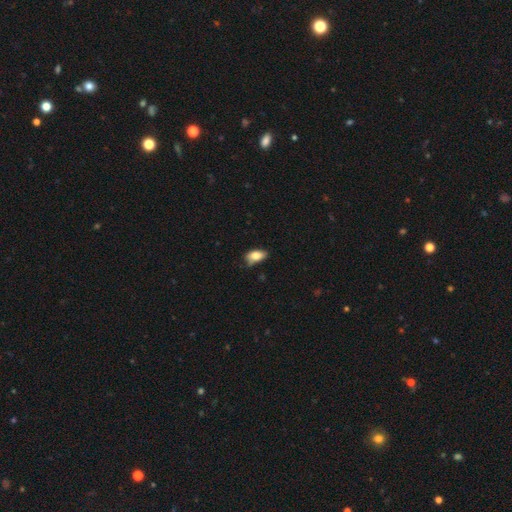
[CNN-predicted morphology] Smooth or featured? Predicted: smooth (p=0.80). How rounded? Predicted: in between (p=0.90). Merging? Predicted: none (p=0.56).